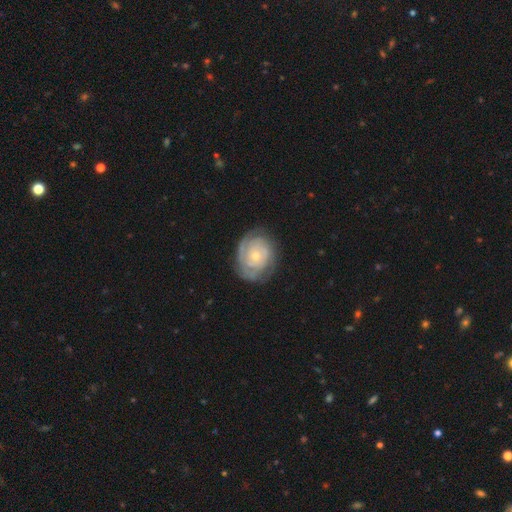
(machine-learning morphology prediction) featured or disk 81%, smooth 14%, star or artifact 5%. Down the decision tree: edge-on disk — no (98%); bar — no (81%); spiral arms — yes (93%); spiral arm count — can't tell (37%); spiral winding — tight (79%); bulge size — small (62%); merging — none (75%).